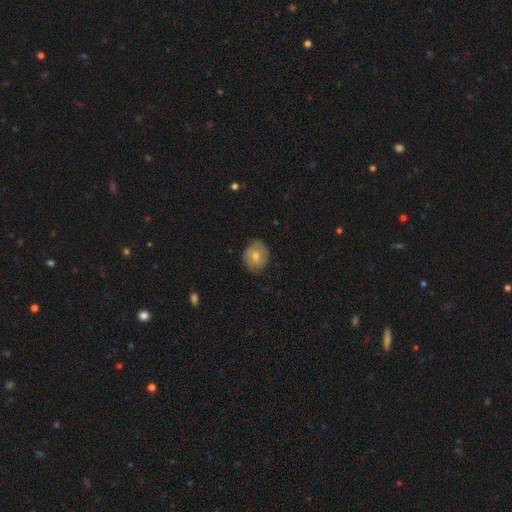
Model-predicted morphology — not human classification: smooth 52%, featured or disk 39%, star or artifact 9%. Down the decision tree: how rounded — round (65%); merging — none (80%).